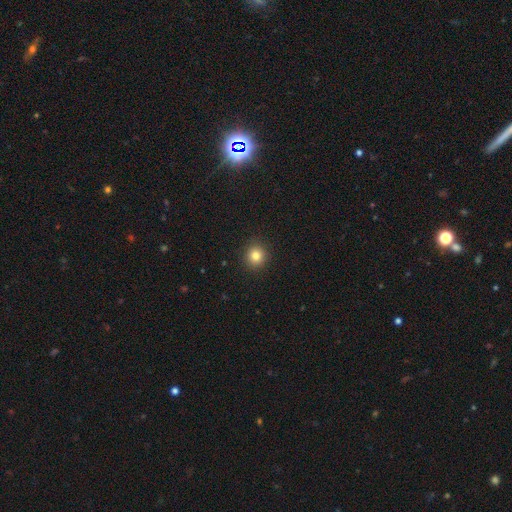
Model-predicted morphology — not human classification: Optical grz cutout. It shows a smooth galaxy with no disk features (82%) that is round (90%). Merging: none (92%).